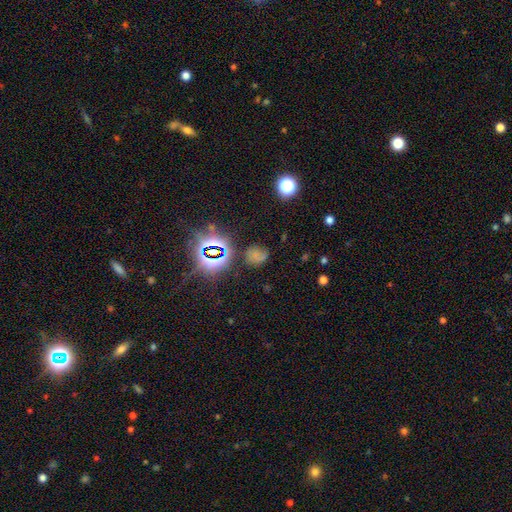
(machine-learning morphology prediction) smooth-or-featured: smooth: 45% | star or artifact: 38% | featured or disk: 16%
  merging: none: 62% | minor disturbance: 21% | major disturbance: 12% | merger: 5%